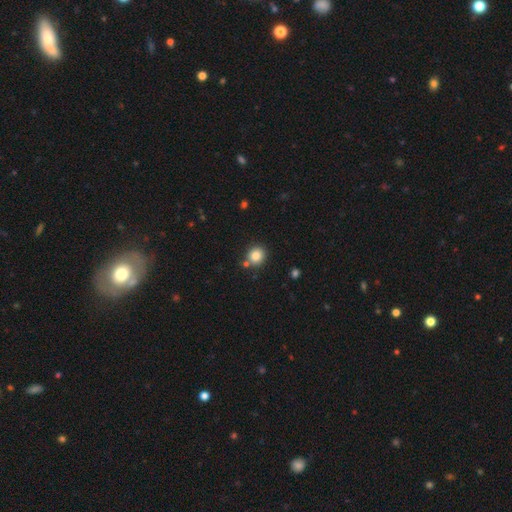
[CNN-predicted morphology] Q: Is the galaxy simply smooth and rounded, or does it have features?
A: smooth — 85%.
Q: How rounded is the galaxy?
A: round — 88%.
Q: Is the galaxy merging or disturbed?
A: none — 80%.